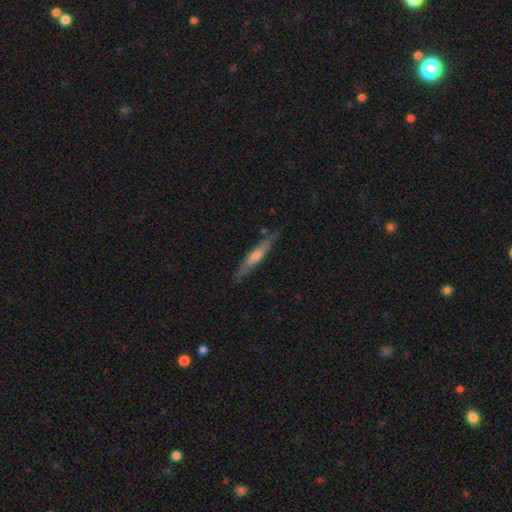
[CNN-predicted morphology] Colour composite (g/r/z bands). It shows a featured or disk galaxy (50%). Merging: none (83%).